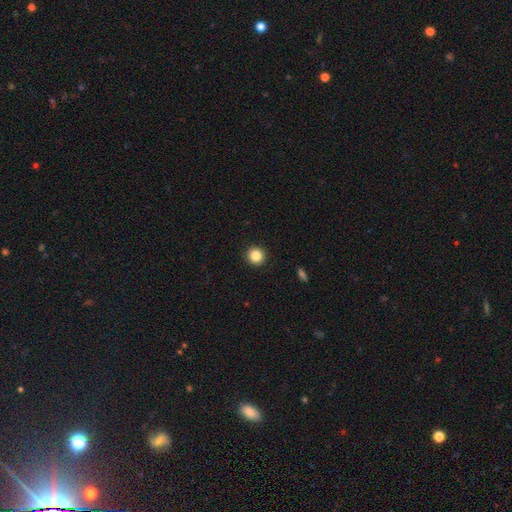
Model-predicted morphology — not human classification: smooth 85%, star or artifact 11%, featured or disk 5%. Down the decision tree: how rounded — round (94%); merging — none (93%).